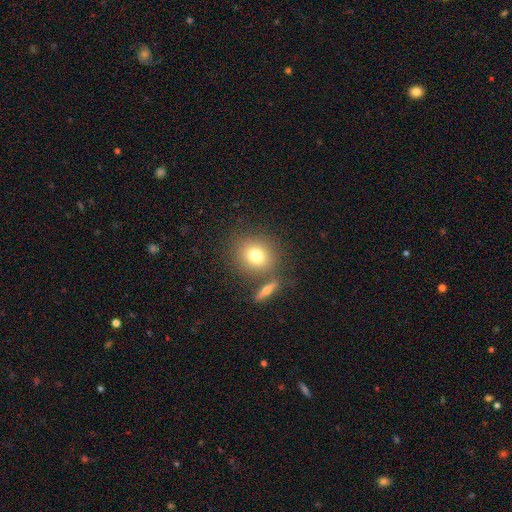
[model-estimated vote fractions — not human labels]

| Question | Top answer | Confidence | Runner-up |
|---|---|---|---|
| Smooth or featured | smooth | 75% | featured or disk (14%) |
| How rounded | round | 77% | in between (21%) |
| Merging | none | 72% | merger (14%) |